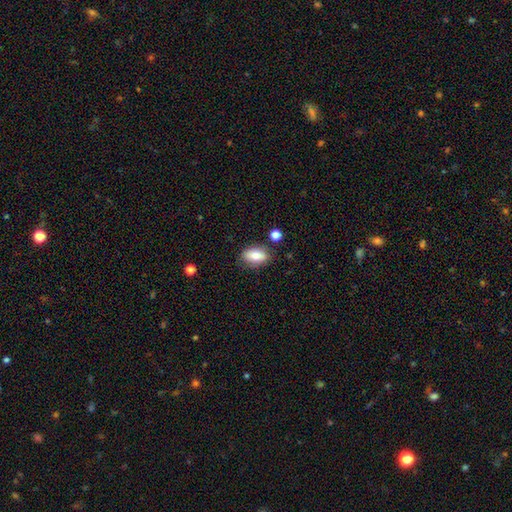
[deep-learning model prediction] smooth-or-featured: smooth: 75% | featured or disk: 17% | star or artifact: 8%
  how-rounded: in between: 86% | round: 10% | cigar-shaped: 5%
  merging: none: 80% | minor disturbance: 13% | merger: 4% | major disturbance: 3%